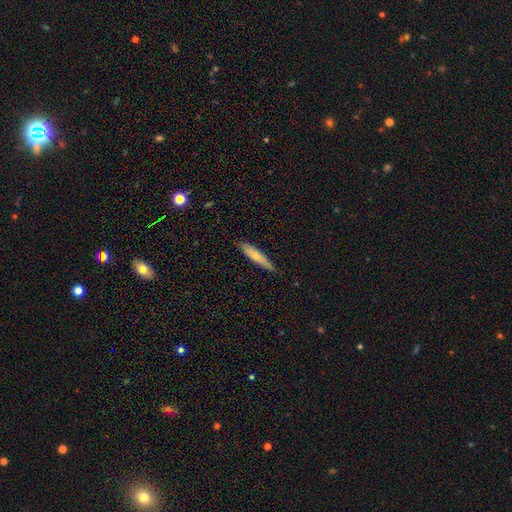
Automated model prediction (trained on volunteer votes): Smooth or featured?
  - smooth: 68% *
  - featured or disk: 26%
  - star or artifact: 6%
How rounded?
  - cigar-shaped: 83% *
  - in between: 15%
  - round: 1%
Merging?
  - none: 83% *
  - minor disturbance: 14%
  - major disturbance: 2%
  - merger: 1%